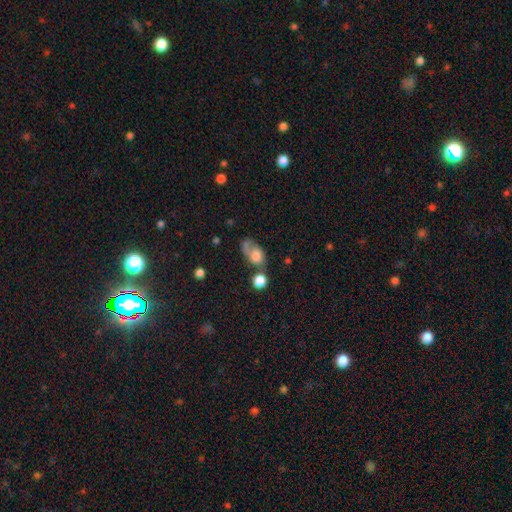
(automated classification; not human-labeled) smooth-or-featured: smooth: 68% | featured or disk: 22% | star or artifact: 10%
  how-rounded: in between: 73% | round: 24% | cigar-shaped: 3%
  merging: none: 28% | major disturbance: 26% | merger: 26% | minor disturbance: 19%